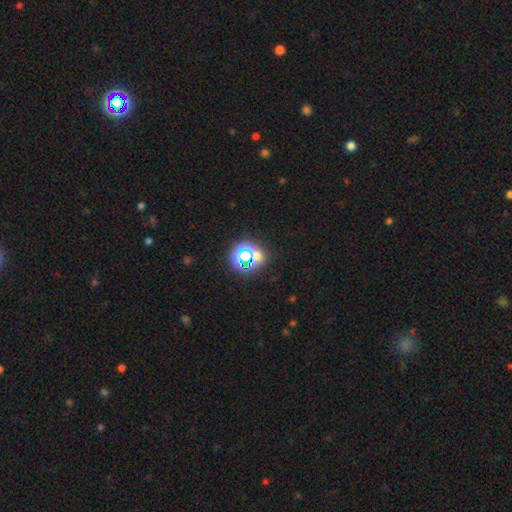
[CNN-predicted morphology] Smooth or featured? Predicted: star or artifact (p=0.65).